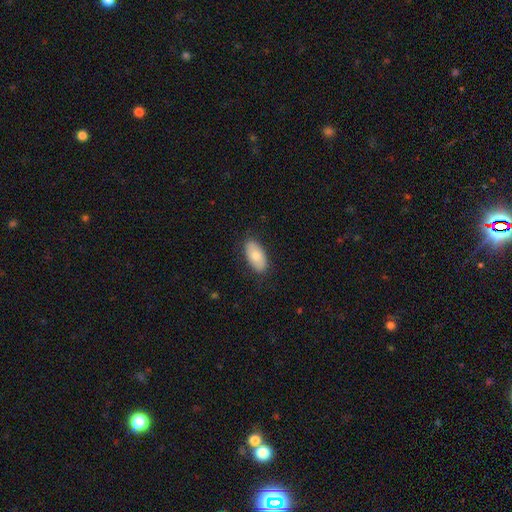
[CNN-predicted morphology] This appears to be a smooth galaxy with no disk features (76%) that is in between round and cigar-shaped (94%). Merging: none (85%).